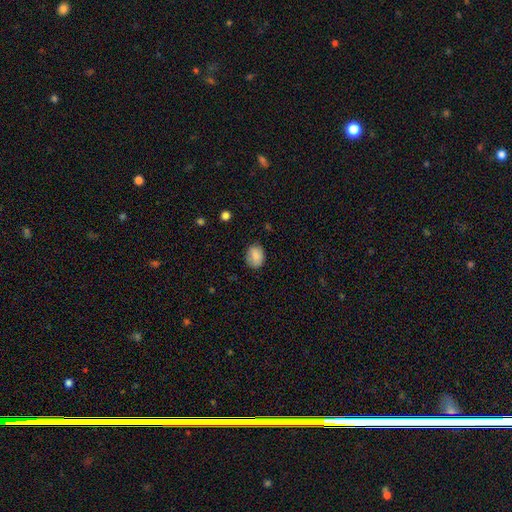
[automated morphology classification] This appears to be a smooth galaxy with no disk features (85%) that is in between round and cigar-shaped (63%). Merging: none (78%).